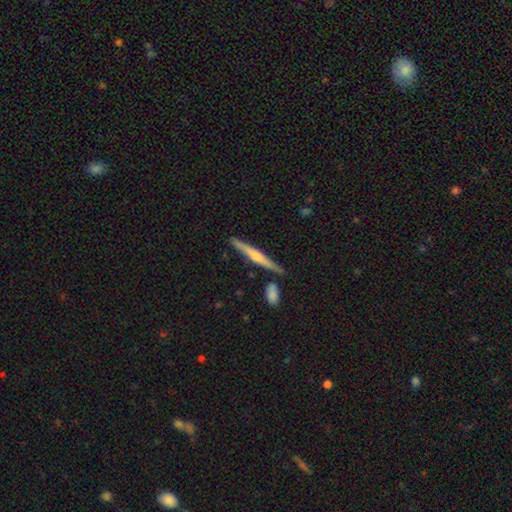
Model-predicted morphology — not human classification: Smooth or featured?
  - featured or disk: 65% *
  - smooth: 29%
  - star or artifact: 6%
Edge-on disk?
  - yes: 97% *
  - no: 3%
Edge-on bulge?
  - rounded: 76% *
  - none: 14%
  - boxy: 10%
Merging?
  - none: 84% *
  - minor disturbance: 9%
  - merger: 5%
  - major disturbance: 2%